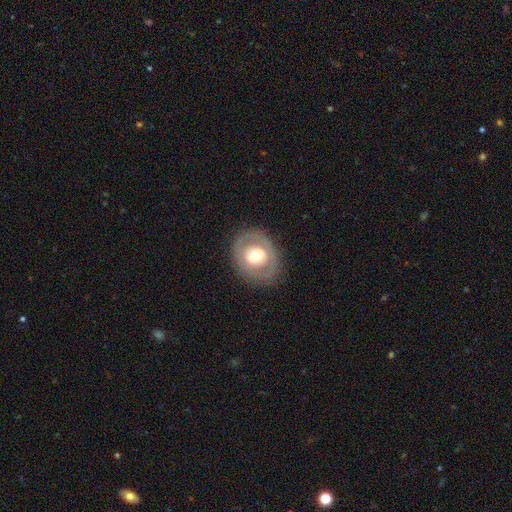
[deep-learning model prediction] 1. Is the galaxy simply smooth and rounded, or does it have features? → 48% smooth, 45% featured or disk, 7% star or artifact.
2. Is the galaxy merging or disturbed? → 84% none, 10% minor disturbance, 5% major disturbance, 1% merger.